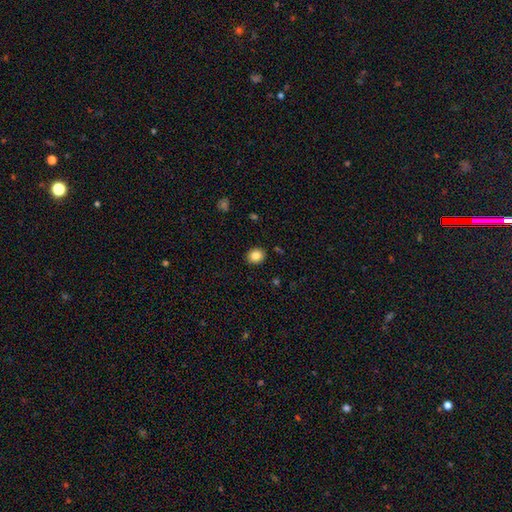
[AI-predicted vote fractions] A smooth galaxy with no disk features (85%) that is round (74%).

Vote fractions:
- Smooth or featured? smooth: 85% / star or artifact: 10% / featured or disk: 5%
- How rounded? round: 74% / in between: 25% / cigar-shaped: 1%
- Merging? none: 90% / minor disturbance: 7% / major disturbance: 2% / merger: 1%